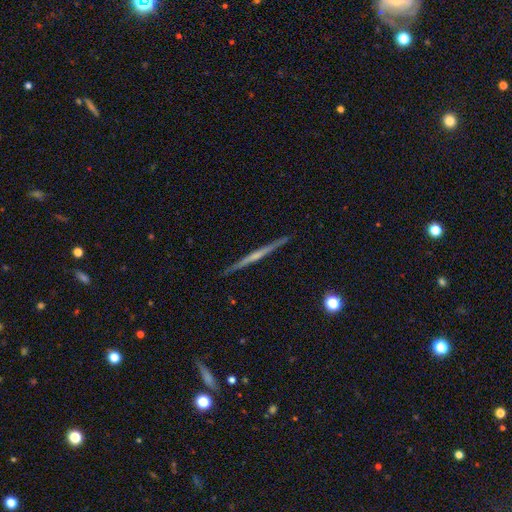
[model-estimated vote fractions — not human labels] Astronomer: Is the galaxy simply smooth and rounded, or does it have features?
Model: featured or disk — 69%.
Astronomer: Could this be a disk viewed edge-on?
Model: yes — 98%.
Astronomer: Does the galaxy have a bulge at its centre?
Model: none — 64%.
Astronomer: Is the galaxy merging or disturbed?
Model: none — 92%.